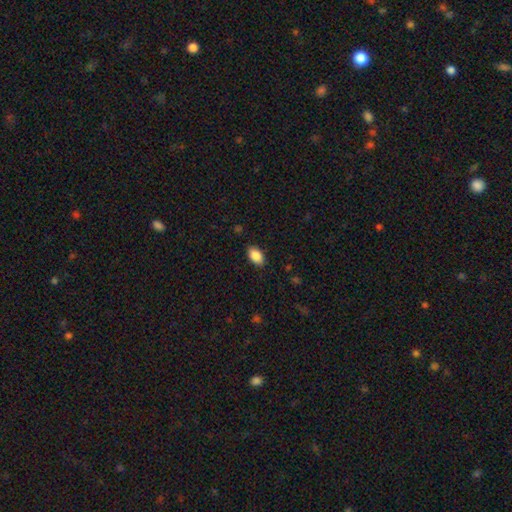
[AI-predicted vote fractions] This is clearly a smooth galaxy (87%). How rounded: clearly in between (92%). Merging: clearly none (87%).